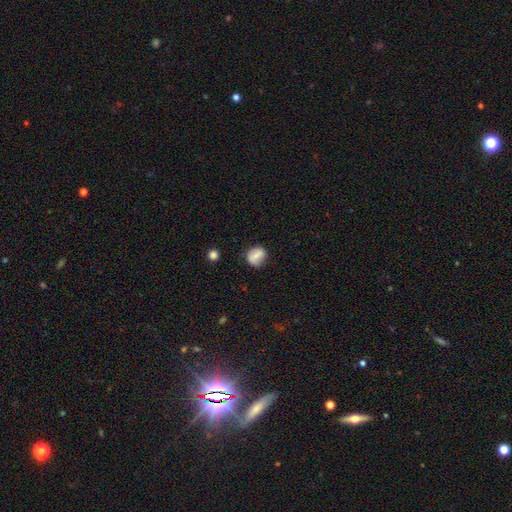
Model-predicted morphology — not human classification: This is likely a smooth galaxy (63%). How rounded: likely round (71%). Merging: likely none (71%).